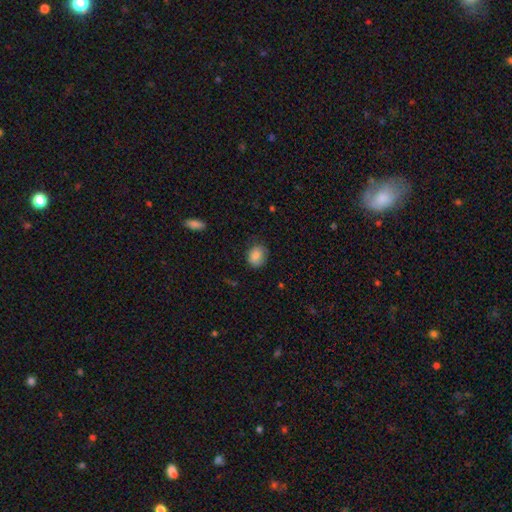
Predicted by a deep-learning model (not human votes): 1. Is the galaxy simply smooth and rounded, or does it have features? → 85% smooth, 8% star or artifact, 7% featured or disk.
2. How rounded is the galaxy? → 61% round, 38% in between, 1% cigar-shaped.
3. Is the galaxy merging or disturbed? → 74% none, 21% minor disturbance, 5% major disturbance, 1% merger.